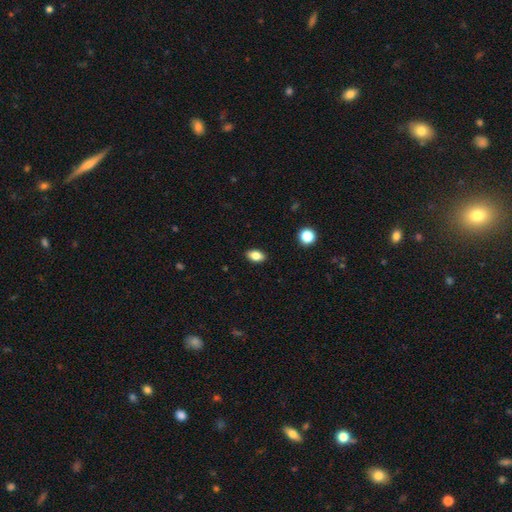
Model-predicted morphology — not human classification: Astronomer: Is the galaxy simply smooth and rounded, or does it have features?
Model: smooth — 83%.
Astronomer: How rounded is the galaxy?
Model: in between — 88%.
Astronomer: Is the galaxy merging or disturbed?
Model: none — 89%.